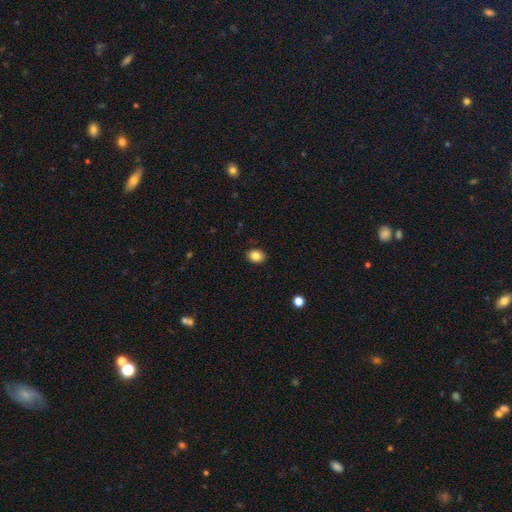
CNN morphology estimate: This appears to be a smooth galaxy with no disk features (84%) that is in between round and cigar-shaped (63%). Merging: none (89%).